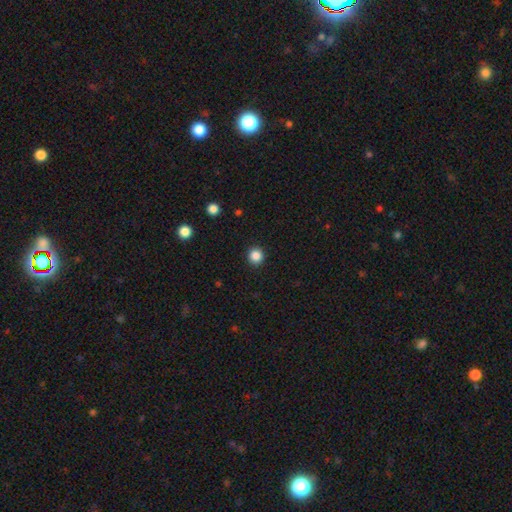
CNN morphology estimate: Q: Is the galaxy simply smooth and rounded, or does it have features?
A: smooth — 86%.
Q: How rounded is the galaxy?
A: round — 94%.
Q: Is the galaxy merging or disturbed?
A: none — 93%.